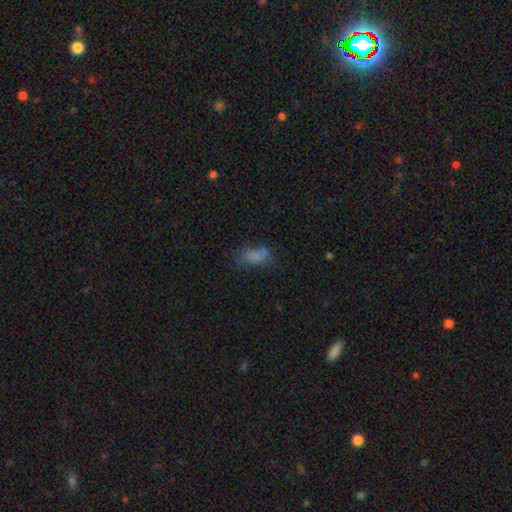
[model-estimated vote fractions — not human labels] The model was most divided on "merging": none: 53%, minor disturbance: 26%, major disturbance: 15%, merger: 7%. More confident: how rounded — in between (83%); smooth or featured — smooth (75%).